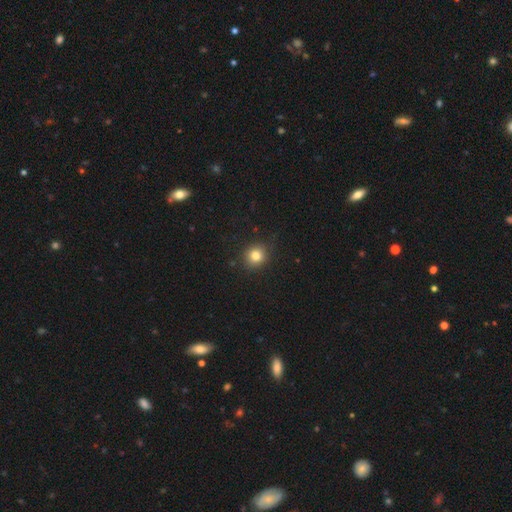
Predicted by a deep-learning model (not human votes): This is clearly a smooth galaxy (81%). How rounded: clearly round (84%). Merging: clearly none (88%).